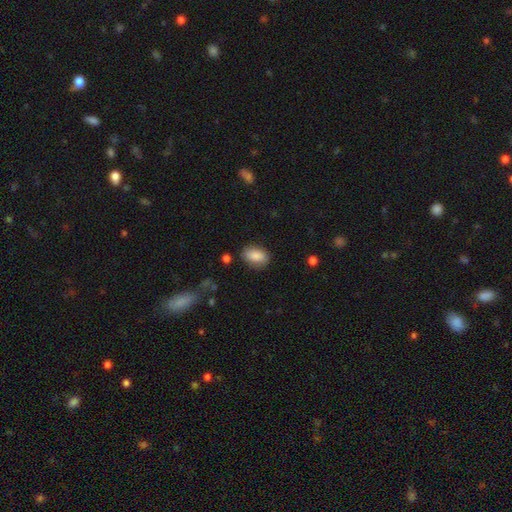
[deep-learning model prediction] Smooth or featured?
  - smooth: 86% *
  - star or artifact: 7%
  - featured or disk: 7%
How rounded?
  - in between: 88% *
  - round: 9%
  - cigar-shaped: 2%
Merging?
  - none: 79% *
  - minor disturbance: 15%
  - major disturbance: 4%
  - merger: 2%